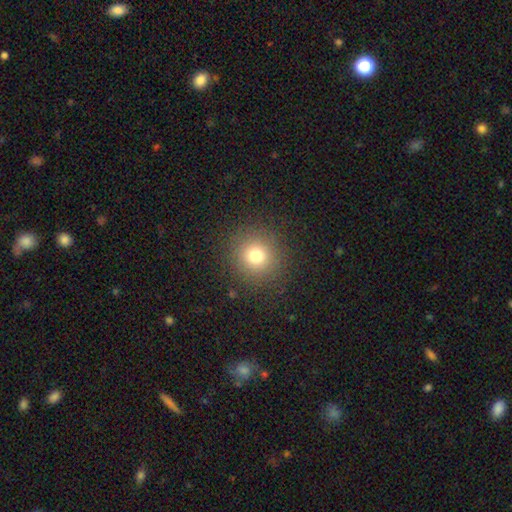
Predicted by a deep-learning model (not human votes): A smooth galaxy with no disk features (75%) that is round (93%). Merging: none (88%).